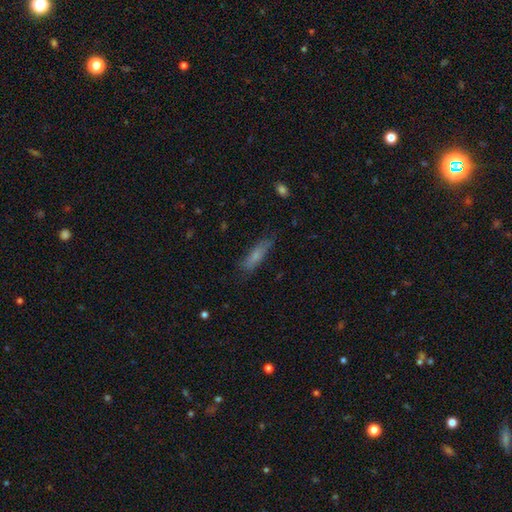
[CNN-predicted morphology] Smooth or featured? Predicted: smooth (p=0.69). How rounded? Predicted: cigar-shaped (p=0.69). Merging? Predicted: none (p=0.73).